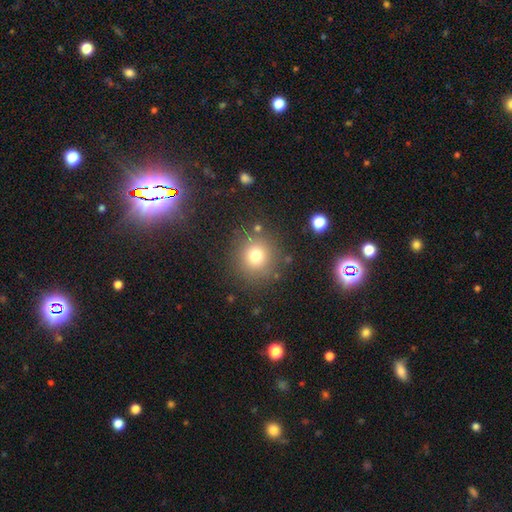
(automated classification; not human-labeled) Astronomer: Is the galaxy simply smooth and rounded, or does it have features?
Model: smooth — 75%.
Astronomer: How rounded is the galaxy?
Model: round — 91%.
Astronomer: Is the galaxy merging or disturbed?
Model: none — 84%.